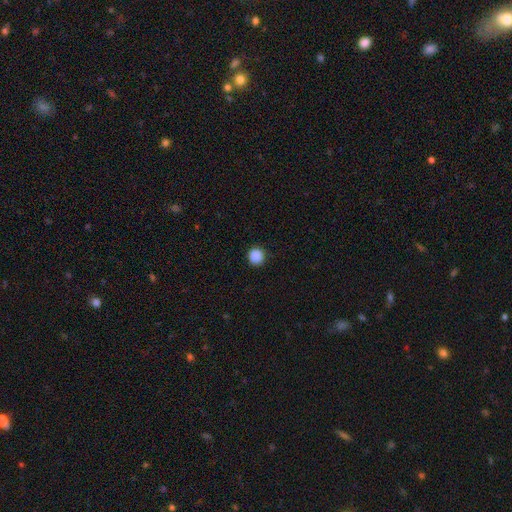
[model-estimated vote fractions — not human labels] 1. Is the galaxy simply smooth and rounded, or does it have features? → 88% smooth, 10% star or artifact, 3% featured or disk.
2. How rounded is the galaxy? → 91% round, 8% in between, 1% cigar-shaped.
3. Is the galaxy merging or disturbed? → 88% none, 8% minor disturbance, 2% major disturbance, 1% merger.